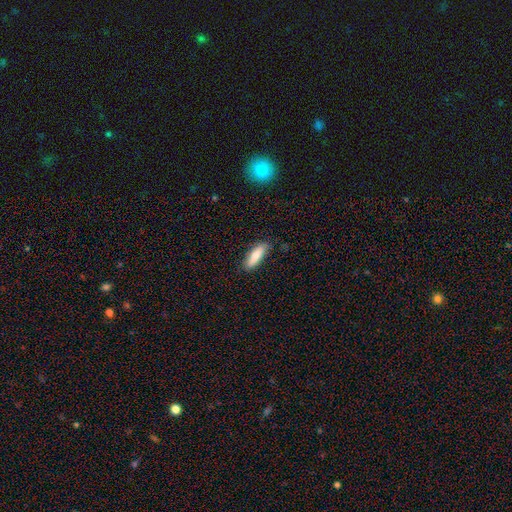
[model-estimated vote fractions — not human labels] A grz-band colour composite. It shows a smooth galaxy with no disk features (81%) that is in between round and cigar-shaped (53%). Merging: none (82%).